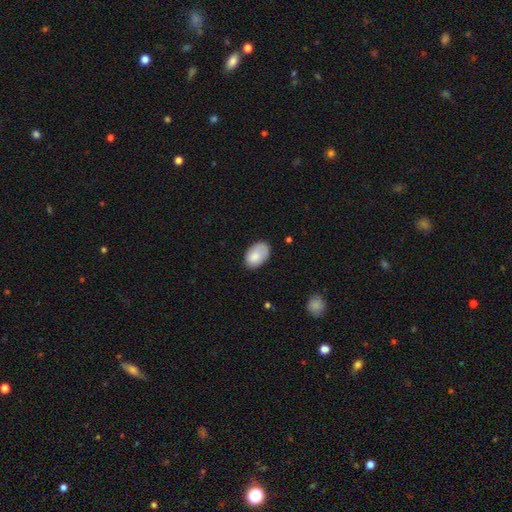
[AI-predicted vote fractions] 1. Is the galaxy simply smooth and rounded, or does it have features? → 82% smooth, 11% featured or disk, 7% star or artifact.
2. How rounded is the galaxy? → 90% in between, 9% round, 1% cigar-shaped.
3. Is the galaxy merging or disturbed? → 69% none, 24% minor disturbance, 6% major disturbance, 2% merger.